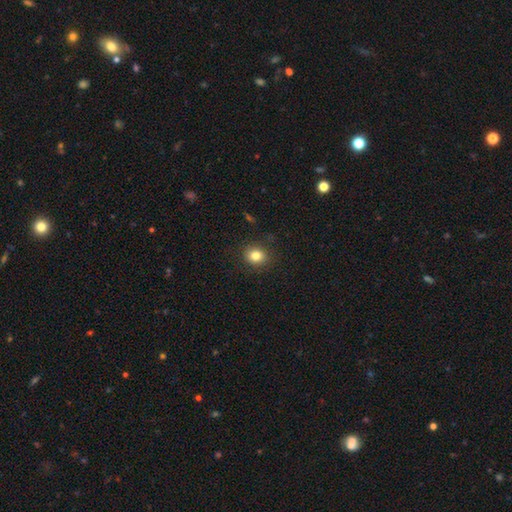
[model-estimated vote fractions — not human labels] Morphology: type=smooth (82%); roundness=round (72%); merging=none (87%).